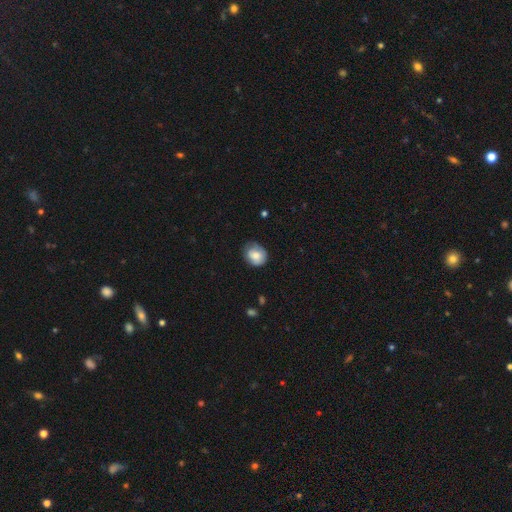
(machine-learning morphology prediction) Smooth or featured: smooth — 78% (featured or disk — 14%)
How rounded: round — 66% (in between — 33%)
Merging: none — 66% (minor disturbance — 27%)